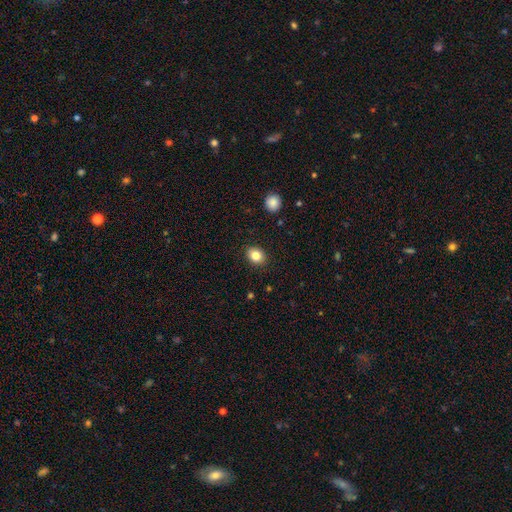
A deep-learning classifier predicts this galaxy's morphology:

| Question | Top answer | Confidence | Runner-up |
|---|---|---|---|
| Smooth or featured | smooth | 84% | star or artifact (9%) |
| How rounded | in between | 53% | round (46%) |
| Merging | none | 89% | minor disturbance (8%) |